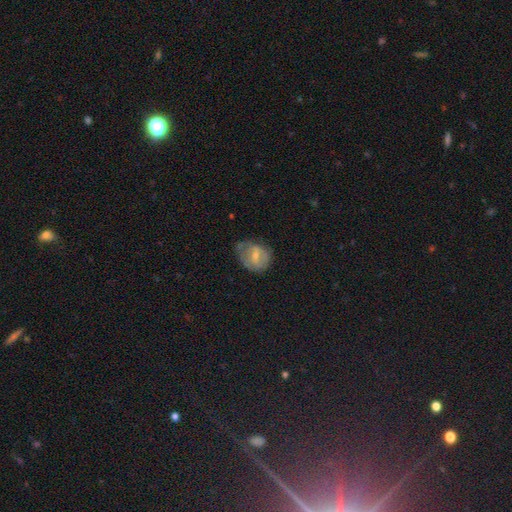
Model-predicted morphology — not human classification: The model was most divided on "smooth or featured": smooth: 49%, featured or disk: 43%, star or artifact: 8%. Remaining: merging — none (46%).